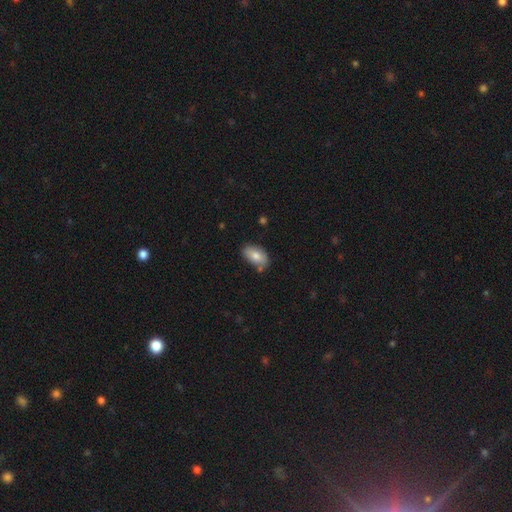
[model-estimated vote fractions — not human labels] Smooth or featured: smooth — 78% (featured or disk — 15%)
How rounded: in between — 93% (round — 5%)
Merging: none — 71% (minor disturbance — 19%)